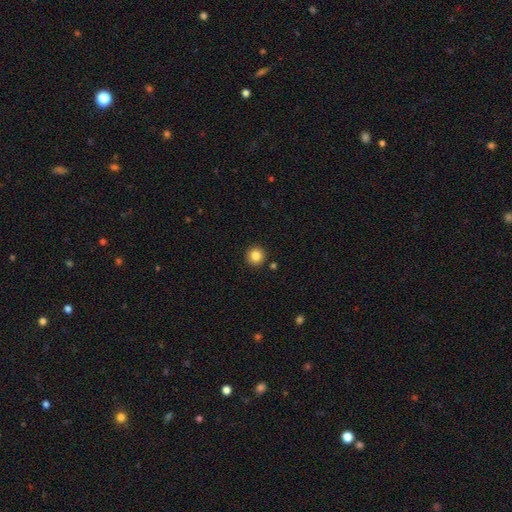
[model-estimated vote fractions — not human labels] Overall: smooth (84%). How rounded: round (95%). Merging: none (91%).